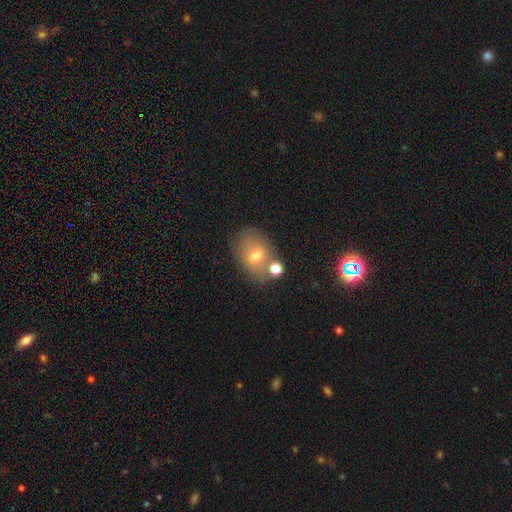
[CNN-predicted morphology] This appears to be a smooth galaxy with no disk features (64%) that is in between round and cigar-shaped (67%). Merging: none (62%).